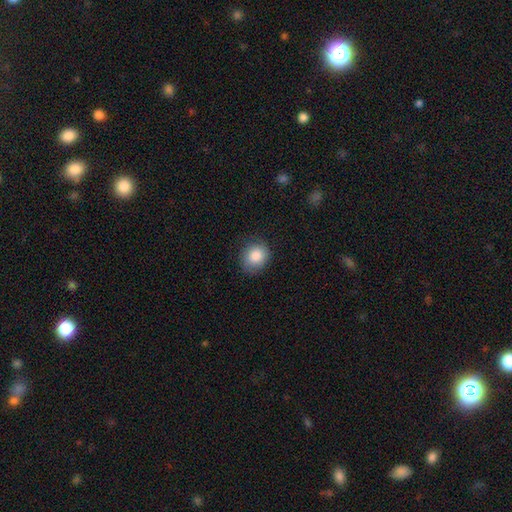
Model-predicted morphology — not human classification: This appears to be a smooth galaxy with no disk features (85%) that is round (68%). Merging: none (80%).